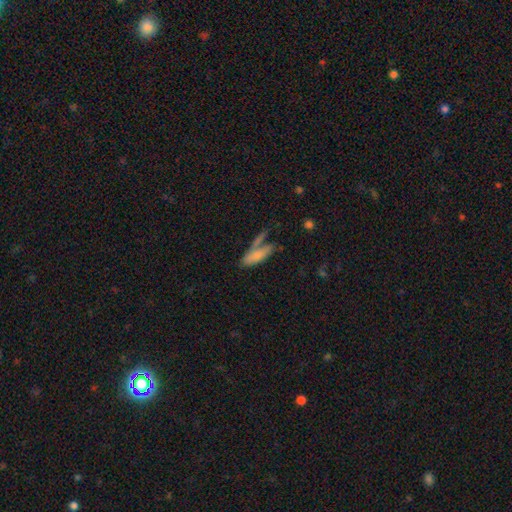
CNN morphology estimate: Smooth or featured? smooth (68%)
How rounded? in between (49%)
Merging? none (41%)